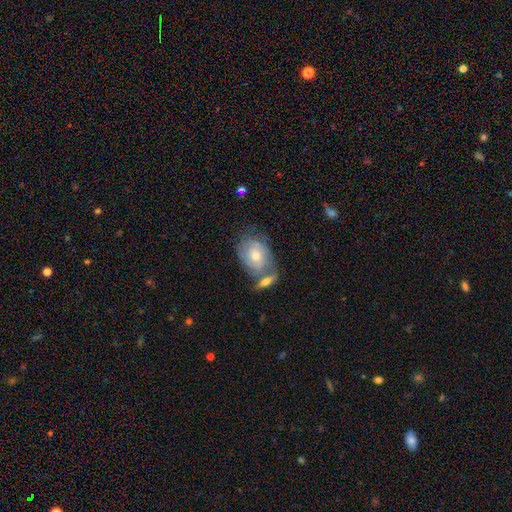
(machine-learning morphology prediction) This appears to be a featured or disk galaxy (48%). Merging: none (42%).